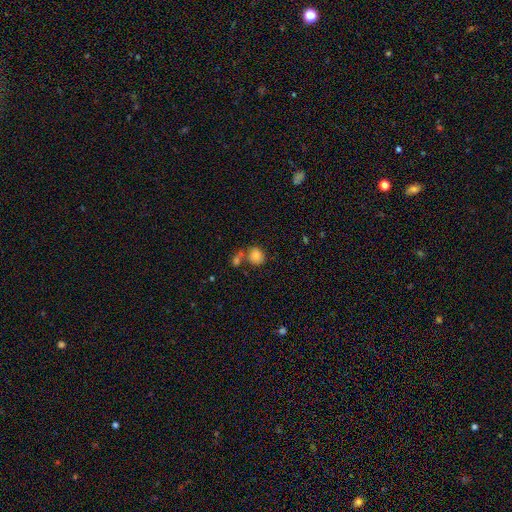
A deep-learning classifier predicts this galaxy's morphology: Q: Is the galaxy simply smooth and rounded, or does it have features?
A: smooth — 82%.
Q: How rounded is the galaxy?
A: round — 74%.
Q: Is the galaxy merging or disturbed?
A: none — 51%.